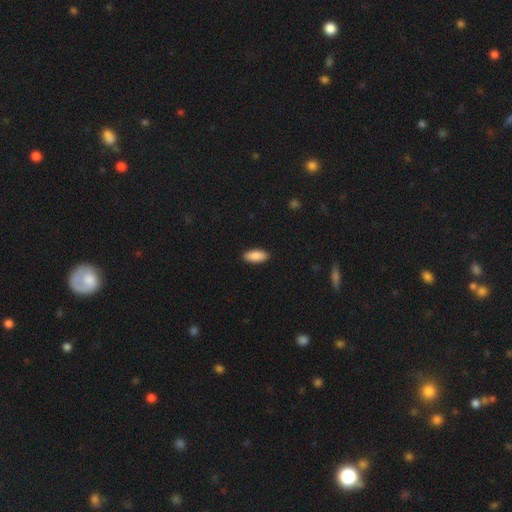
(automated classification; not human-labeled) This is clearly a smooth galaxy (90%). How rounded: clearly in between (88%). Merging: clearly none (90%).